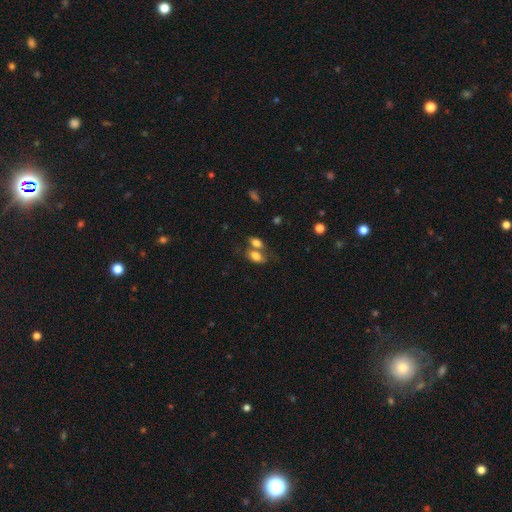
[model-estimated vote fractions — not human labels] A smooth galaxy with no disk features (78%) that is in between round and cigar-shaped (88%). Merging: merger (45%).